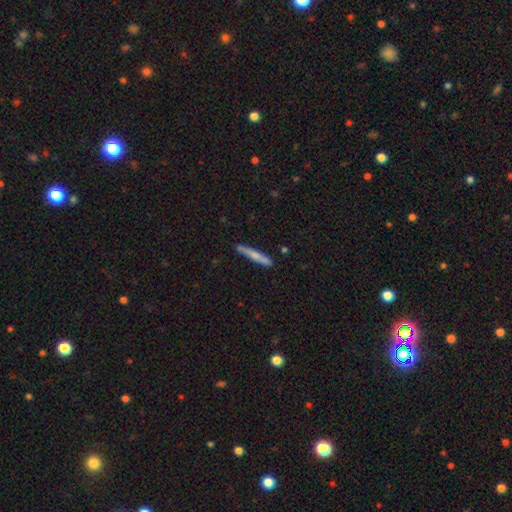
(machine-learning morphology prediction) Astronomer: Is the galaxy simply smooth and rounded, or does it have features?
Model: smooth — 59% (runner-up: featured or disk, 36%).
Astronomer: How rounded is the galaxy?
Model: cigar-shaped — 94%.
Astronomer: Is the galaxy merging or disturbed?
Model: none — 83%.